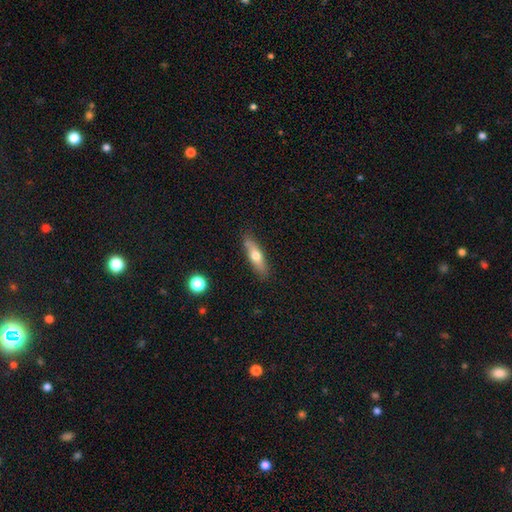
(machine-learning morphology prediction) A smooth galaxy with no disk features (58%) that is cigar-shaped (62%).

Vote fractions:
- Smooth or featured? smooth: 58% / featured or disk: 36% / star or artifact: 7%
- How rounded? cigar-shaped: 62% / in between: 35% / round: 3%
- Merging? none: 83% / minor disturbance: 13% / major disturbance: 2% / merger: 2%